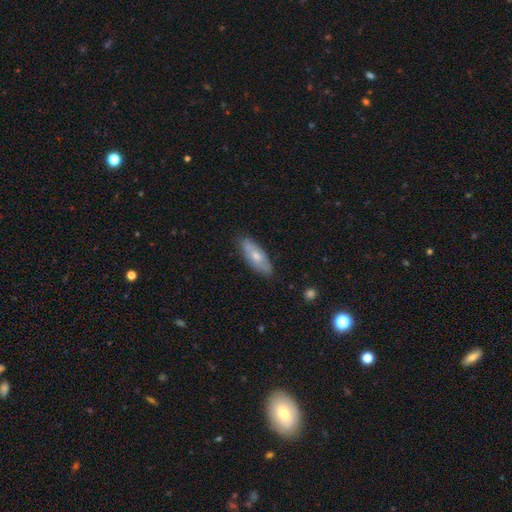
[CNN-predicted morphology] A smooth galaxy with no disk features (55%) that is in between round and cigar-shaped (73%). Merging: none (79%).